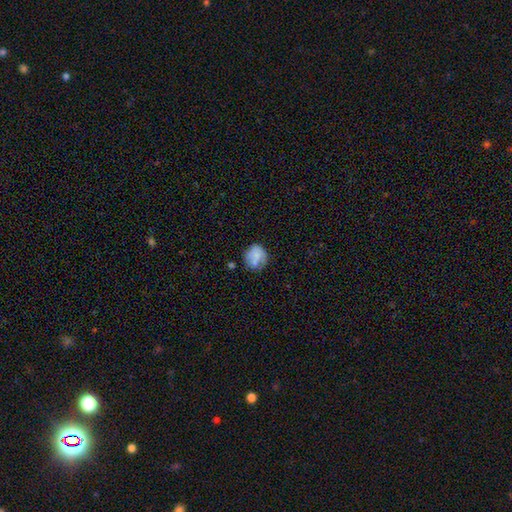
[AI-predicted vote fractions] smooth-or-featured: smooth: 69% | featured or disk: 20% | star or artifact: 11%
  how-rounded: round: 74% | in between: 25% | cigar-shaped: 1%
  merging: none: 63% | minor disturbance: 23% | major disturbance: 9% | merger: 5%